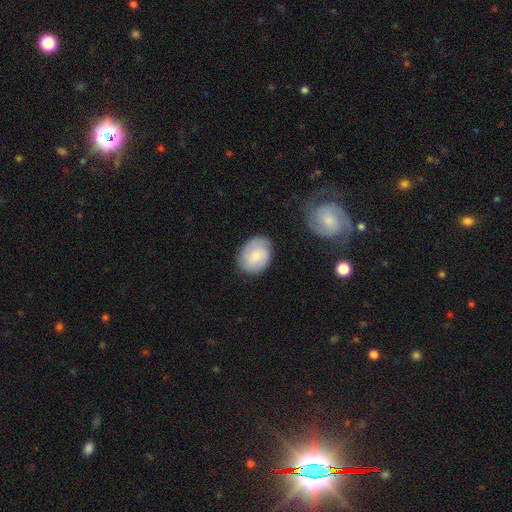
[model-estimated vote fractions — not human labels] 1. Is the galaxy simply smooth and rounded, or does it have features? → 60% smooth, 33% featured or disk, 7% star or artifact.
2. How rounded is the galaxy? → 59% in between, 40% round, 1% cigar-shaped.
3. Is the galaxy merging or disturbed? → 76% none, 17% minor disturbance, 4% major disturbance, 2% merger.